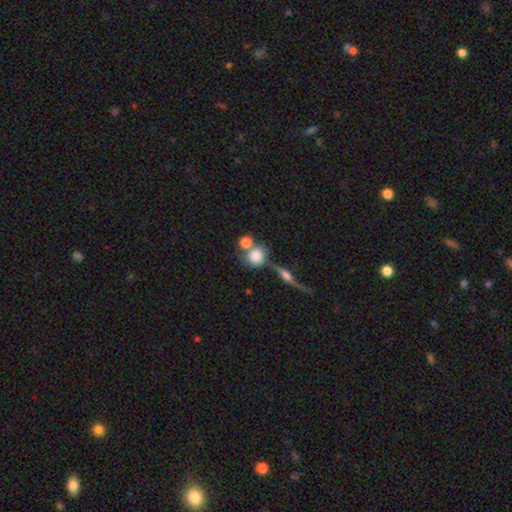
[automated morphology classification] type=smooth (76%); roundness=round (88%); merging=none (44%).